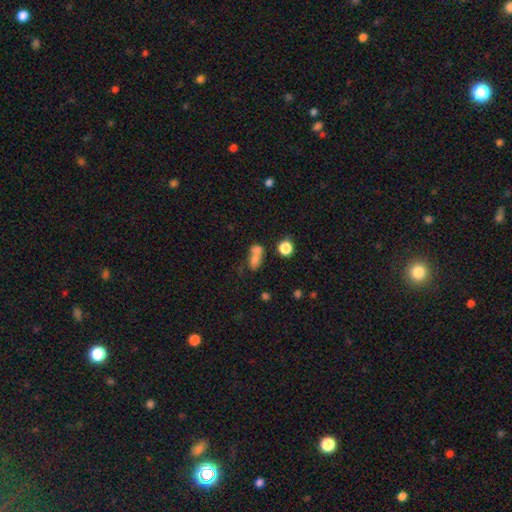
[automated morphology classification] Smooth or featured: smooth — 71% (featured or disk — 15%)
How rounded: in between — 64% (round — 31%)
Merging: merger — 60% (none — 24%)